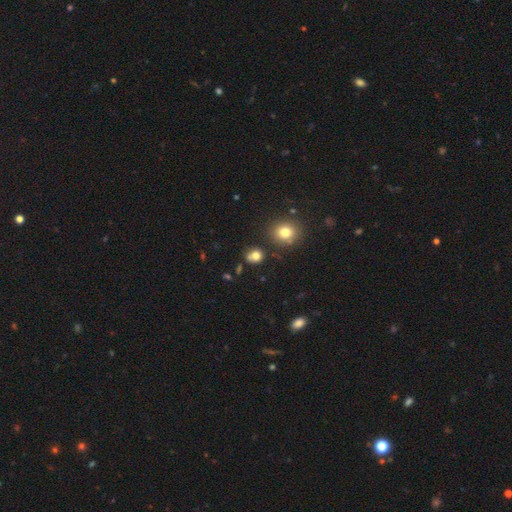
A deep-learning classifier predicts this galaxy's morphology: Smooth or featured? Predicted: smooth (p=0.77). How rounded? Predicted: round (p=0.74). Merging? Predicted: none (p=0.66).